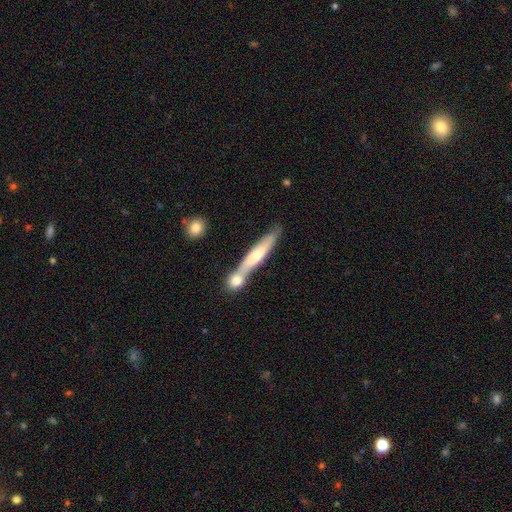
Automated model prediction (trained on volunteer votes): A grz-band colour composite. It shows a smooth galaxy with no disk features (51%) that is cigar-shaped (89%). Merging: none (53%).